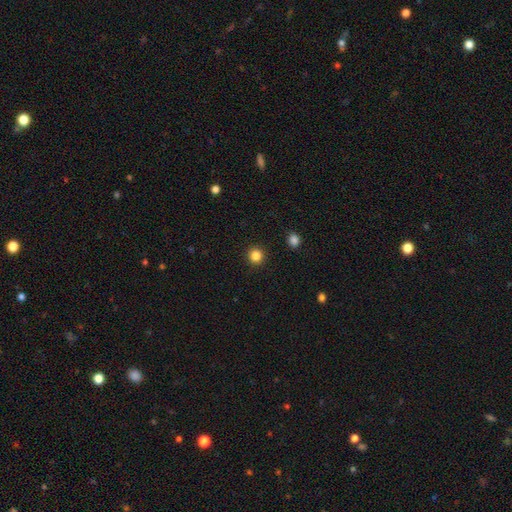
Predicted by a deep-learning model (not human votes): Smooth or featured? smooth (84%)
How rounded? round (95%)
Merging? none (93%)